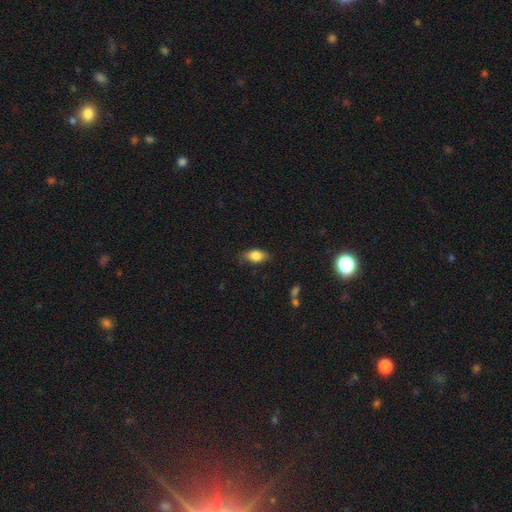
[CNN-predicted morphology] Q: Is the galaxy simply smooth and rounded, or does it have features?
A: smooth — 81%.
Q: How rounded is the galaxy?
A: in between — 85%.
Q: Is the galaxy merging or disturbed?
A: none — 76%.